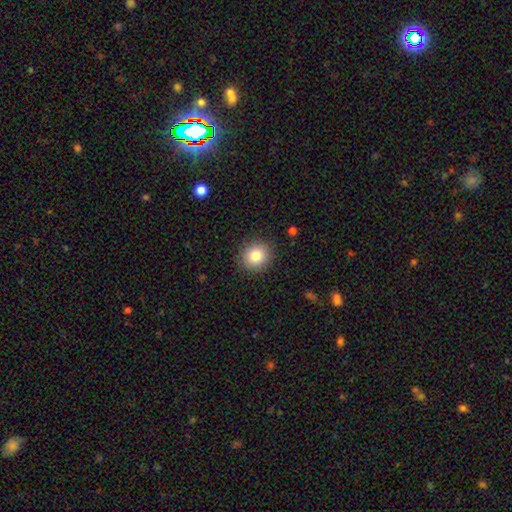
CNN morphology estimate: smooth-or-featured: smooth: 84% | star or artifact: 9% | featured or disk: 7%
  how-rounded: round: 85% | in between: 15% | cigar-shaped: 1%
  merging: none: 90% | minor disturbance: 7% | major disturbance: 2% | merger: 1%